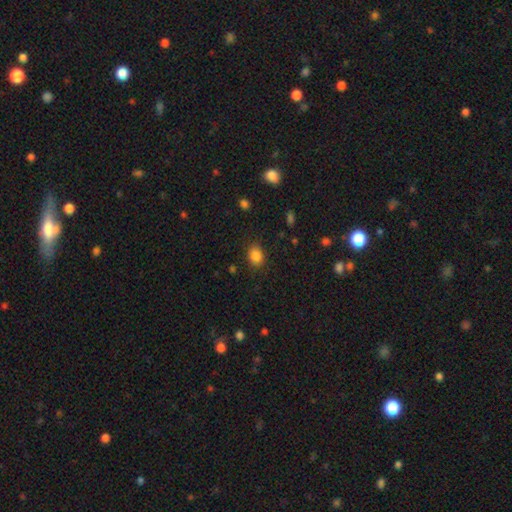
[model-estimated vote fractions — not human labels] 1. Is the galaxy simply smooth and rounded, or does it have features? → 85% smooth, 11% star or artifact, 4% featured or disk.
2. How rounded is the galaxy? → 54% in between, 45% round, 1% cigar-shaped.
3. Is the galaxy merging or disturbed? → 83% none, 12% minor disturbance, 3% major disturbance, 1% merger.